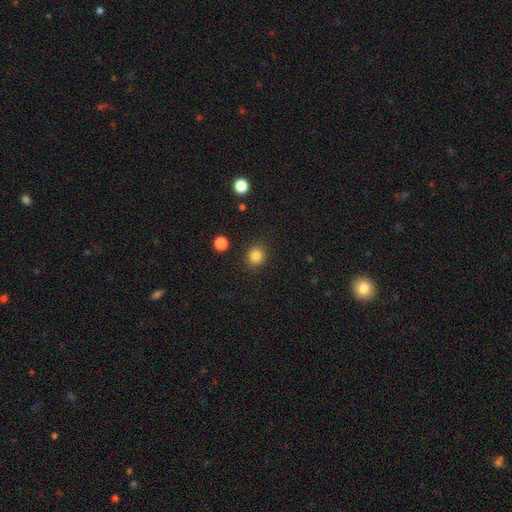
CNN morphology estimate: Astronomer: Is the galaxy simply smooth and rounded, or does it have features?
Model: smooth — 85%.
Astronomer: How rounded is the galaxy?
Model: round — 81%.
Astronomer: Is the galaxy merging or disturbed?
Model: none — 89%.